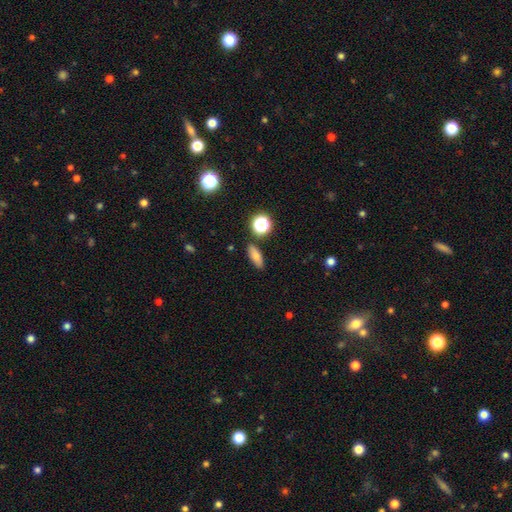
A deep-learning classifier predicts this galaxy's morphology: Smooth or featured: smooth — 75% (star or artifact — 13%)
How rounded: in between — 66% (cigar-shaped — 24%)
Merging: none — 84% (minor disturbance — 10%)